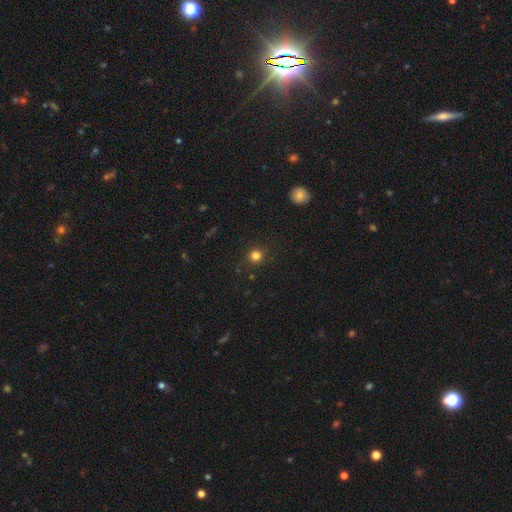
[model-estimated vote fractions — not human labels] The model was most divided on "smooth or featured": smooth: 80%, star or artifact: 15%, featured or disk: 5%. More confident: how rounded — round (91%); merging — none (88%).